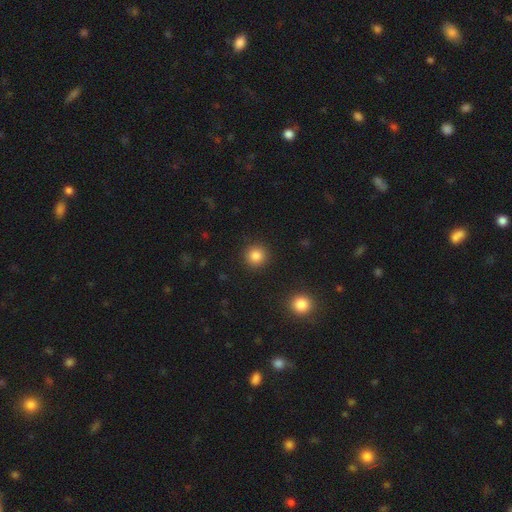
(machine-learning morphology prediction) smooth 84%, star or artifact 11%, featured or disk 5%. Down the decision tree: how rounded — round (94%); merging — none (91%).